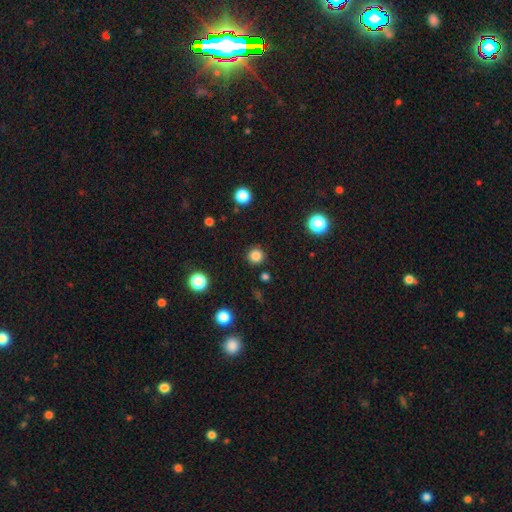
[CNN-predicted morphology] Smooth or featured? smooth (83%)
How rounded? round (95%)
Merging? none (90%)